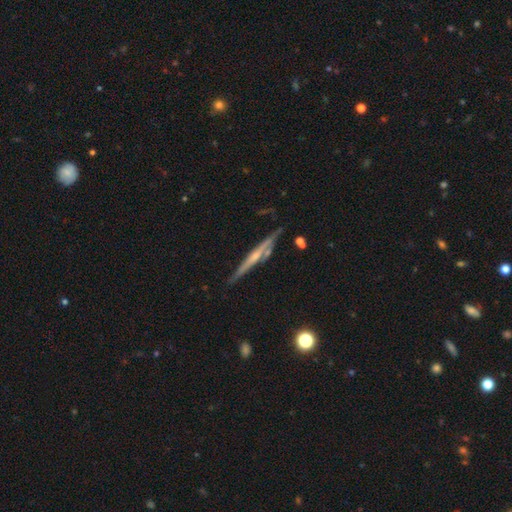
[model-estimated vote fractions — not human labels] smooth-or-featured: featured or disk: 72% | smooth: 22% | star or artifact: 6%
  disk-edge-on: yes: 96% | no: 4%
    edge-on-bulge: rounded: 51% | none: 39% | boxy: 9%
  merging: none: 76% | minor disturbance: 15% | merger: 6% | major disturbance: 3%